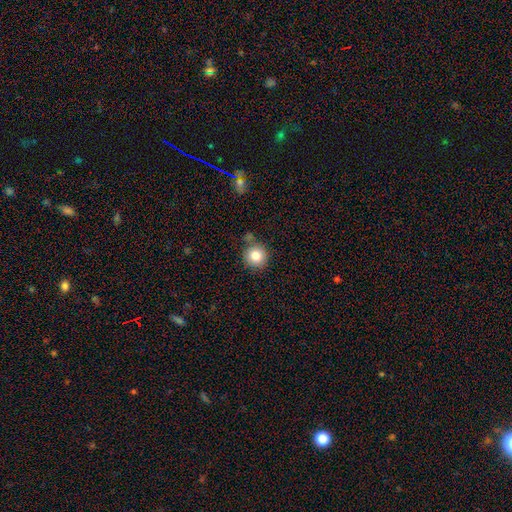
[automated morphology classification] Smooth or featured? smooth (83%)
How rounded? round (93%)
Merging? none (76%)